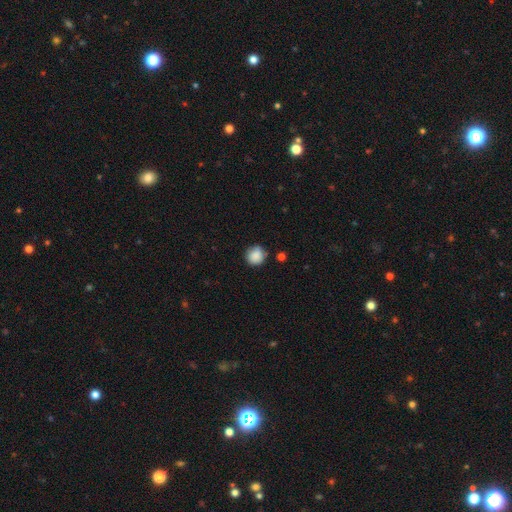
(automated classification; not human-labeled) This appears to be a smooth galaxy with no disk features (88%) that is round (92%). Merging: none (80%).